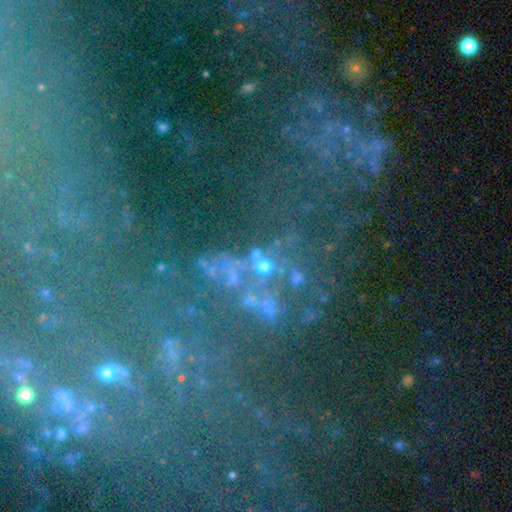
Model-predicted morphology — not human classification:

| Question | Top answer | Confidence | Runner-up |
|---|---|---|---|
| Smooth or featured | star or artifact | 51% | featured or disk (31%) |